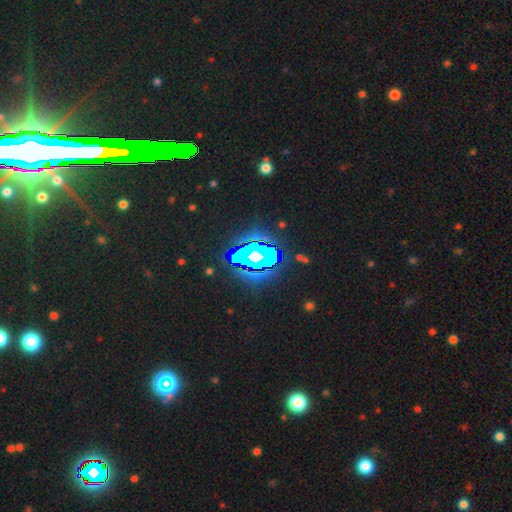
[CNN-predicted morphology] star or artifact 73%, featured or disk 14%, smooth 13%.